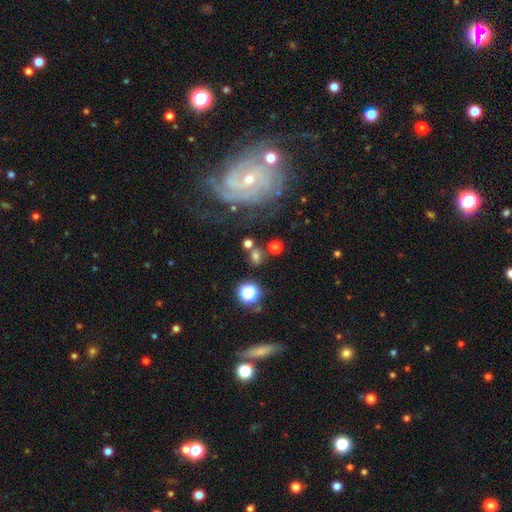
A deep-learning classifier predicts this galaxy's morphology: smooth_or_featured: smooth (p=0.60) [alt: star or artifact p=0.23]
how_rounded: round (p=0.64) [alt: in between p=0.34]
merging: none (p=0.68) [alt: minor disturbance p=0.13]